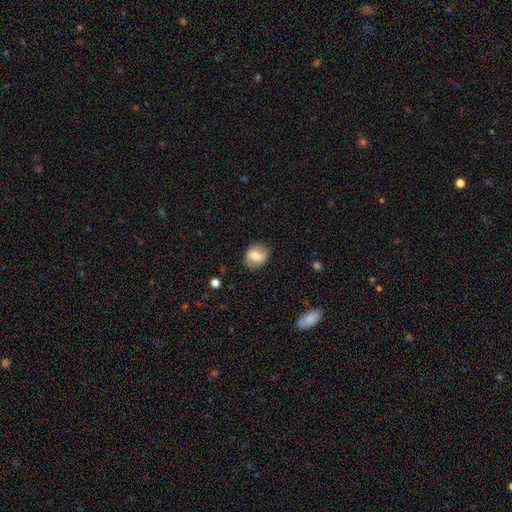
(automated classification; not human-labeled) smooth 62%, featured or disk 30%, star or artifact 8%. Down the decision tree: how rounded — round (57%); merging — none (82%).